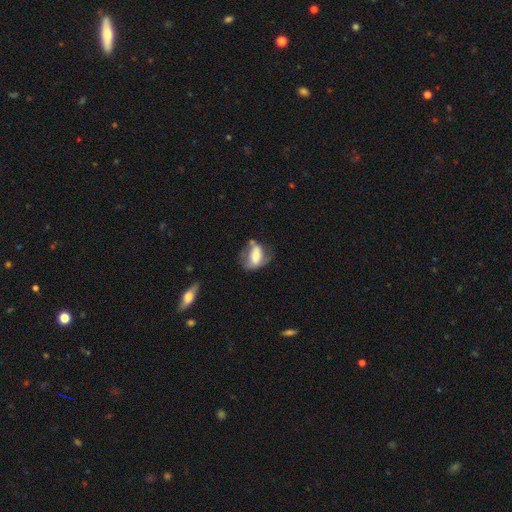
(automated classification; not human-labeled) Morphology: type=smooth (54%); roundness=in between (81%); merging=none (37%).